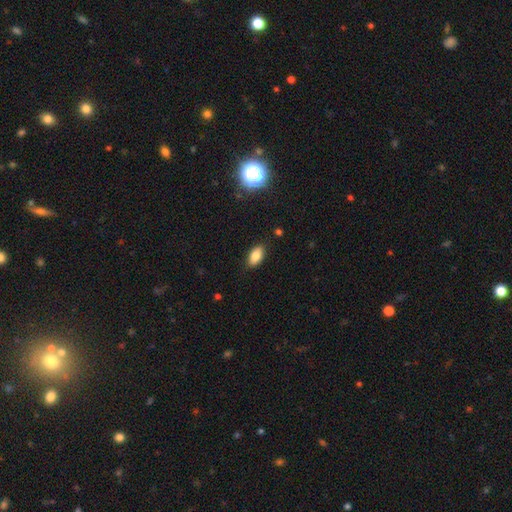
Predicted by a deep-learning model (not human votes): smooth 81%, featured or disk 10%, star or artifact 9%. Down the decision tree: how rounded — in between (91%); merging — none (86%).